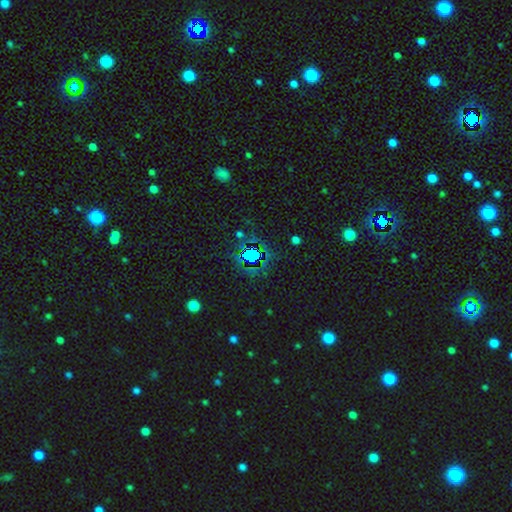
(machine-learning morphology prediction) Overall: star or artifact (69%).